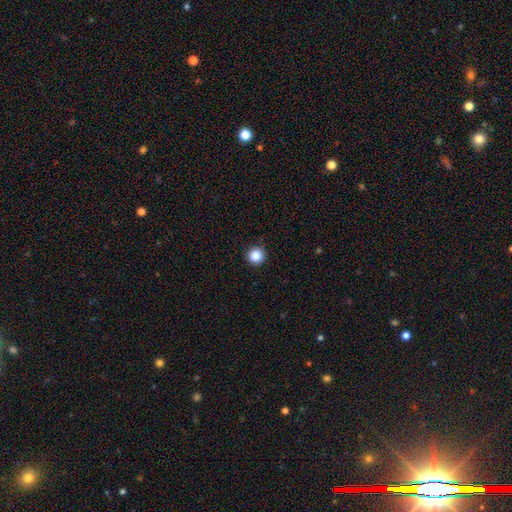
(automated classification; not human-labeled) Morphology: type=smooth (87%); roundness=round (96%); merging=none (91%).